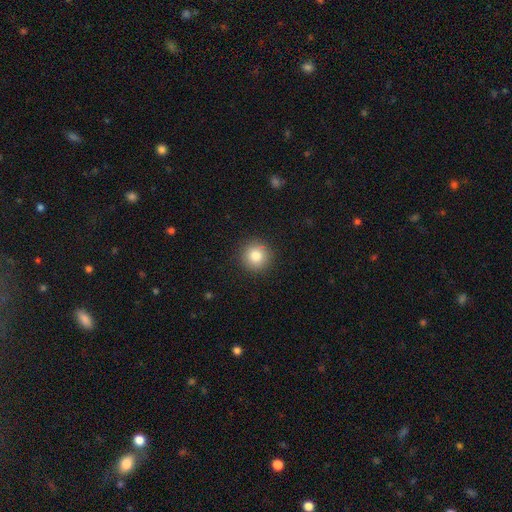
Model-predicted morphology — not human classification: smooth-or-featured: smooth: 83% | star or artifact: 10% | featured or disk: 7%
  how-rounded: round: 94% | in between: 5% | cigar-shaped: 1%
  merging: none: 91% | minor disturbance: 6% | major disturbance: 2% | merger: 1%